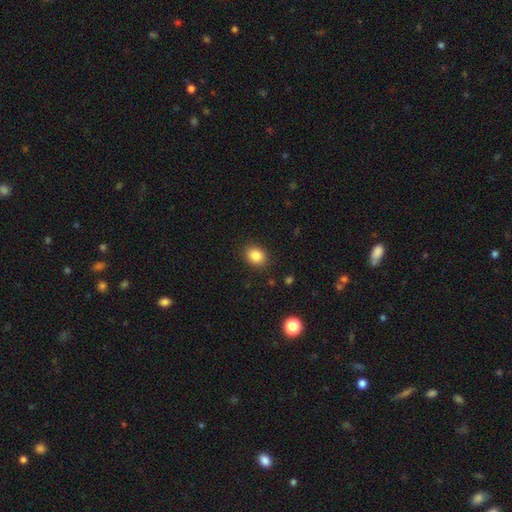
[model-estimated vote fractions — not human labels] This is clearly a smooth galaxy (85%). How rounded: possibly round (52%). Merging: clearly none (88%).